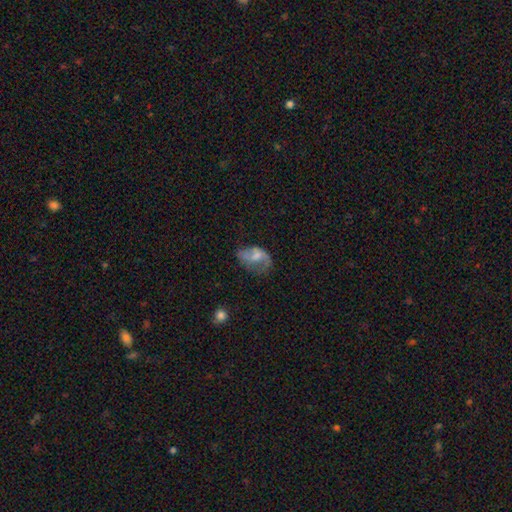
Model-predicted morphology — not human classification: A featured or disk galaxy (47%).

Vote fractions:
- Smooth or featured? featured or disk: 47% / smooth: 44% / star or artifact: 9%
- Merging? major disturbance: 34% / none: 32% / minor disturbance: 29% / merger: 5%